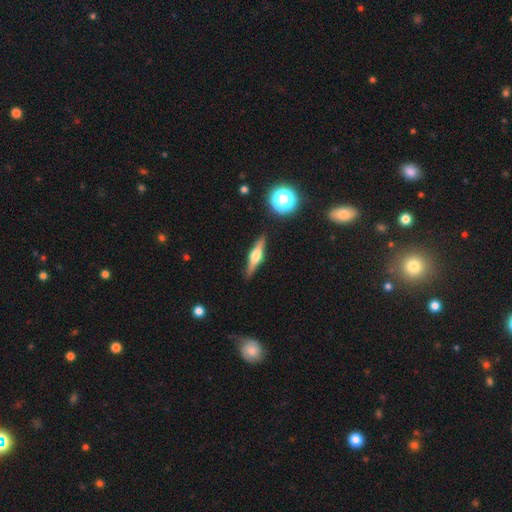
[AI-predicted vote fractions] Smooth or featured? Predicted: featured or disk (p=0.67). Edge-on disk? Predicted: yes (p=0.96). Edge-on bulge? Predicted: rounded (p=0.92). Merging? Predicted: none (p=0.89).